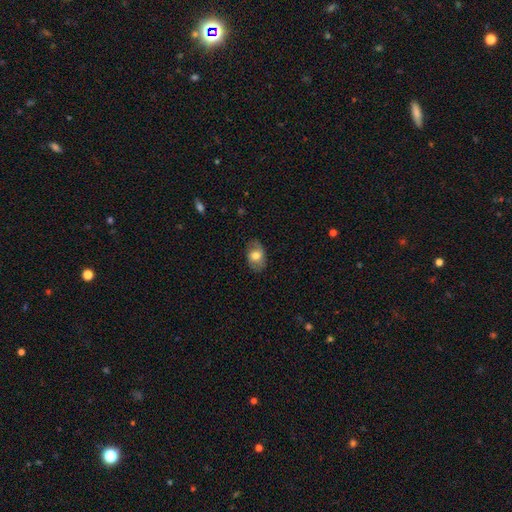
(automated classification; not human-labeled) Smooth or featured: smooth — 64% (featured or disk — 28%)
How rounded: in between — 82% (round — 16%)
Merging: none — 77% (minor disturbance — 17%)